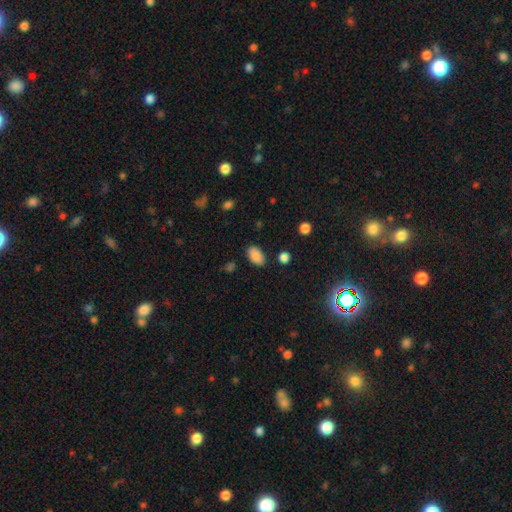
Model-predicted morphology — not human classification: Overall: smooth (88%). How rounded: in between (92%). Merging: none (85%).